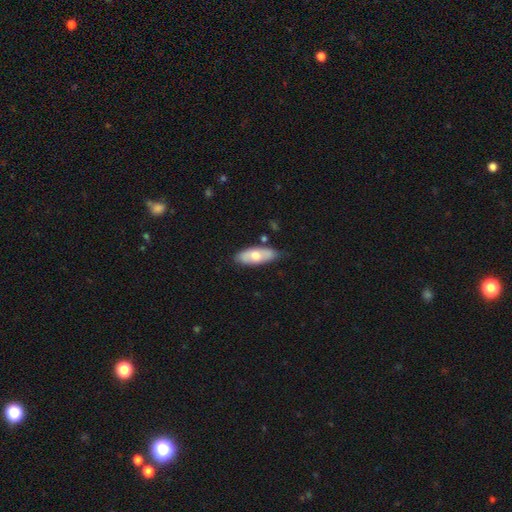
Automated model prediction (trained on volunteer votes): smooth 61%, featured or disk 33%, star or artifact 6%. Down the decision tree: how rounded — in between (81%); merging — none (77%).